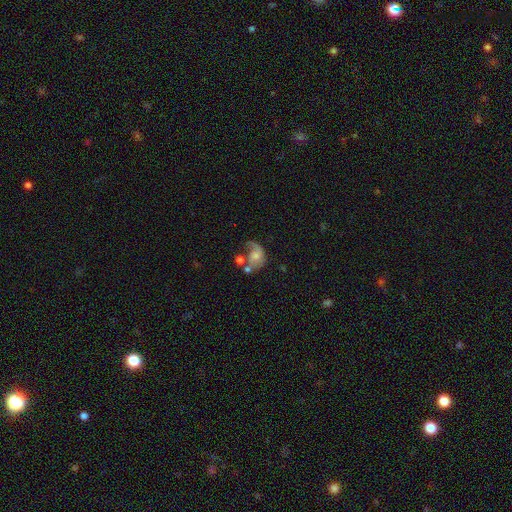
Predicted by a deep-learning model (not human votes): smooth_or_featured: featured or disk (p=0.59) [alt: smooth p=0.32]
disk_edge_on: no (p=0.97) [alt: yes p=0.03]
bar: no (p=0.71) [alt: weak p=0.24]
has_spiral_arms: yes (p=0.80) [alt: no p=0.20]
bulge_size: moderate (p=0.40) [alt: small p=0.38]
merging: major disturbance (p=0.34) [alt: none p=0.26]